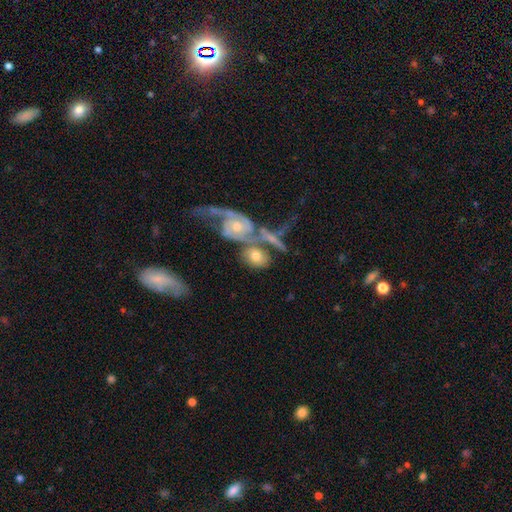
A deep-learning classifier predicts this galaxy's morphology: smooth_or_featured: featured or disk (p=0.52) [alt: smooth p=0.41]
disk_edge_on: no (p=0.91) [alt: yes p=0.09]
merging: merger (p=0.47) [alt: none p=0.31]